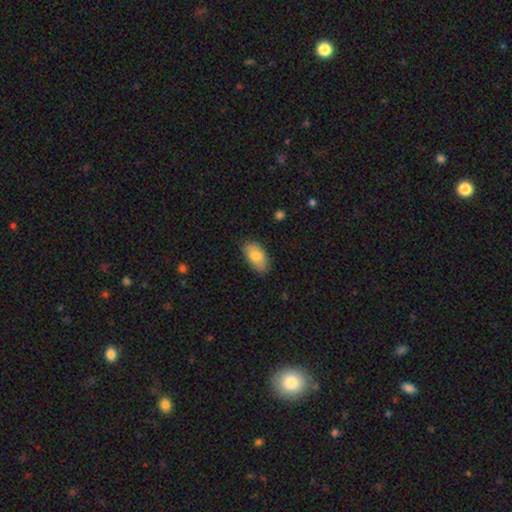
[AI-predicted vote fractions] smooth_or_featured: smooth (p=0.81) [alt: featured or disk p=0.13]
how_rounded: in between (p=0.93) [alt: round p=0.04]
merging: none (p=0.78) [alt: minor disturbance p=0.18]